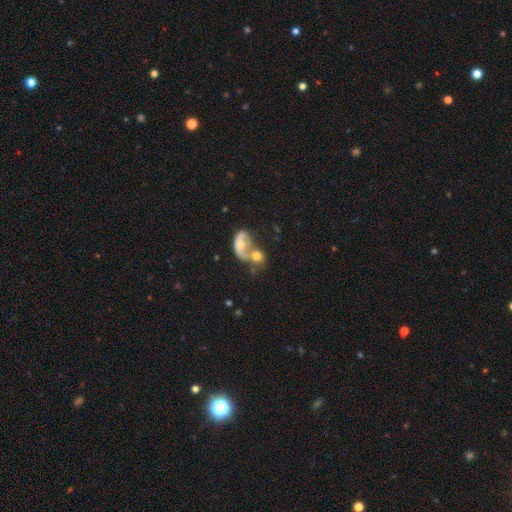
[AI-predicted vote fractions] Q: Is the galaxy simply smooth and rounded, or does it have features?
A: smooth — 49%.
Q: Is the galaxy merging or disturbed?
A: merger — 64%.